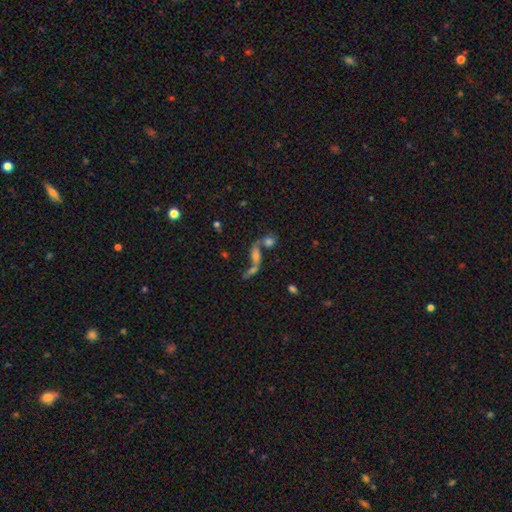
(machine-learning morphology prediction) featured or disk 51%, smooth 29%, star or artifact 20%. Down the decision tree: edge-on disk — no (86%); merging — merger (46%).